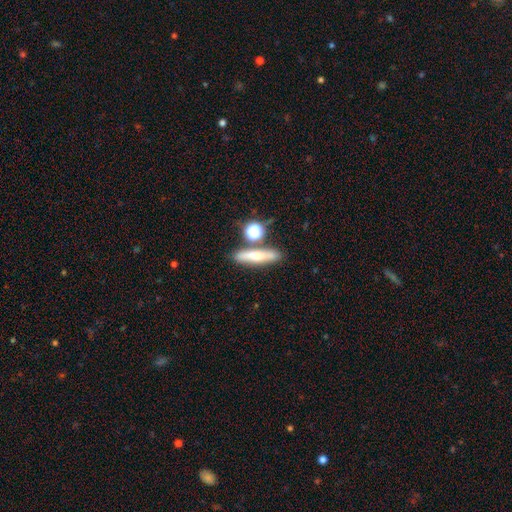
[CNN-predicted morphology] A smooth galaxy with no disk features (61%) that is cigar-shaped (67%).

Vote fractions:
- Smooth or featured? smooth: 61% / featured or disk: 28% / star or artifact: 11%
- How rounded? cigar-shaped: 67% / in between: 21% / round: 12%
- Merging? none: 73% / merger: 12% / minor disturbance: 11% / major disturbance: 4%